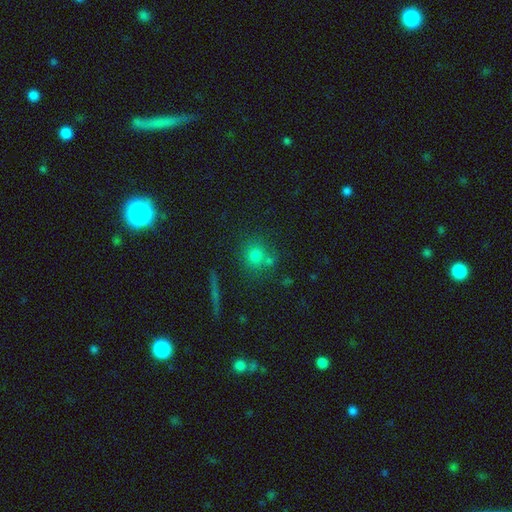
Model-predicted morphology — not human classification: type=smooth (69%); roundness=round (89%); merging=none (67%).